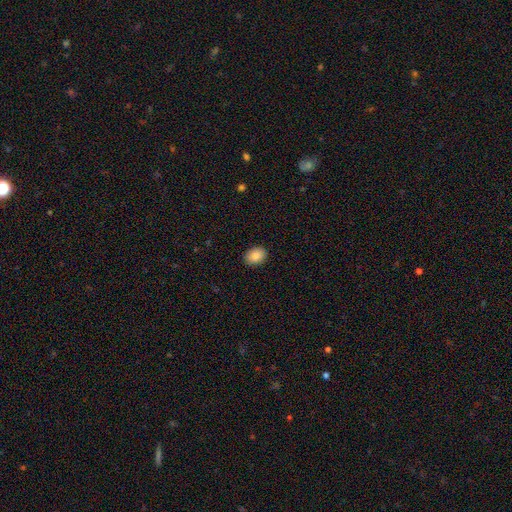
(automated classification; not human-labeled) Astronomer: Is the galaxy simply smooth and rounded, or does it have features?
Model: smooth — 87%.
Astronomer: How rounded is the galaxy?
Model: in between — 67%.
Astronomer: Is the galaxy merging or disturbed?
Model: none — 89%.